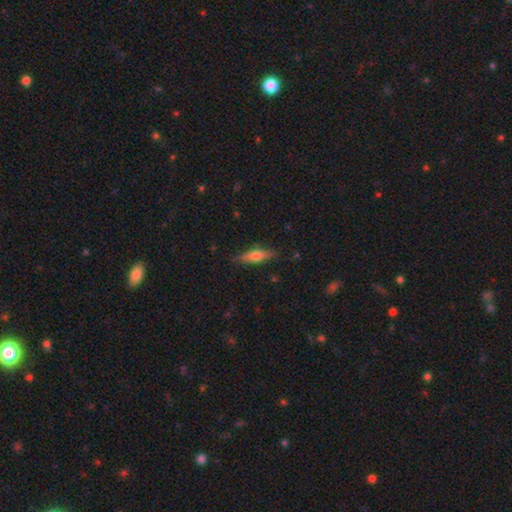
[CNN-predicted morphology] This is possibly a smooth galaxy (58%). How rounded: possibly cigar-shaped (57%). Merging: clearly none (82%).